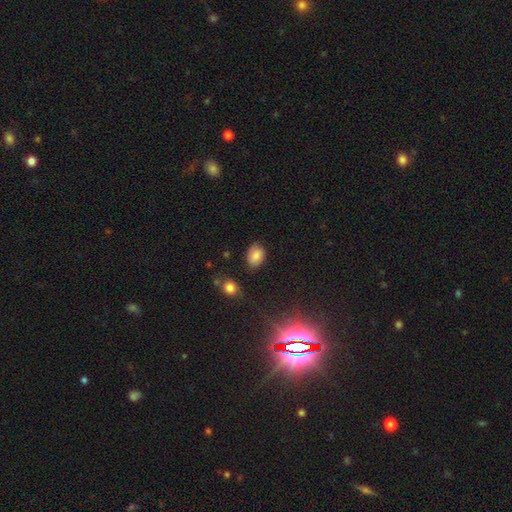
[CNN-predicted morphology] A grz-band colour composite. It shows a smooth galaxy with no disk features (82%) that is in between round and cigar-shaped (79%). Merging: none (80%).